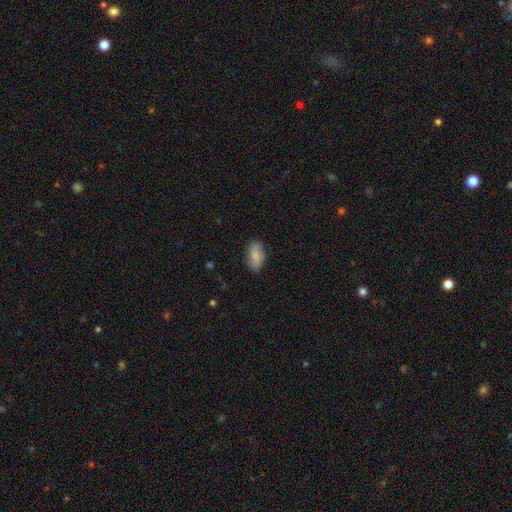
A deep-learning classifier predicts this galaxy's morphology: This appears to be a smooth galaxy with no disk features (78%) that is in between round and cigar-shaped (92%). Merging: none (75%).